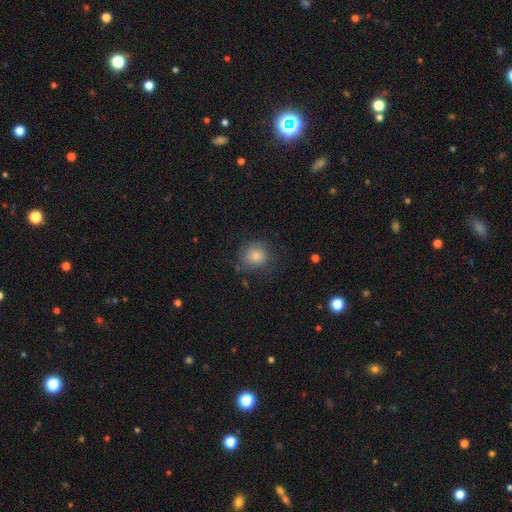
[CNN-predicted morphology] smooth_or_featured: smooth (p=0.82) [alt: star or artifact p=0.09]
how_rounded: round (p=0.84) [alt: in between p=0.15]
merging: none (p=0.75) [alt: minor disturbance p=0.17]